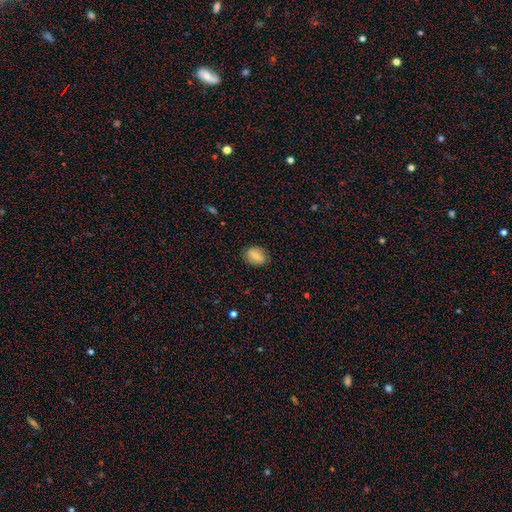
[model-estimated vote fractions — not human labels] Morphology: type=smooth (73%); roundness=in between (55%); merging=none (84%).